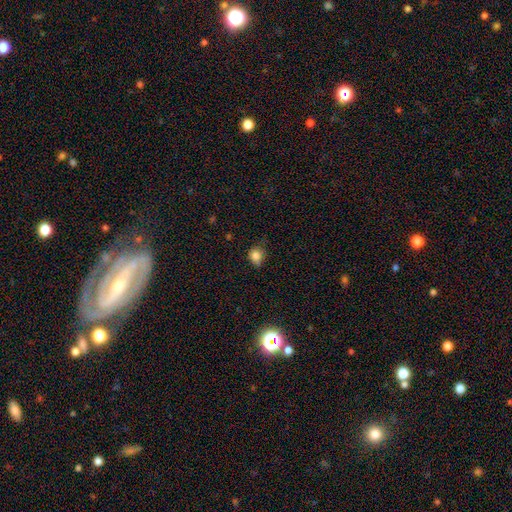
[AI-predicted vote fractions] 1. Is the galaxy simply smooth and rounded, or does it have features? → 82% smooth, 12% star or artifact, 6% featured or disk.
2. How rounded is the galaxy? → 69% round, 30% in between, 1% cigar-shaped.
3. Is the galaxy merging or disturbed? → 54% none, 35% minor disturbance, 8% major disturbance, 2% merger.